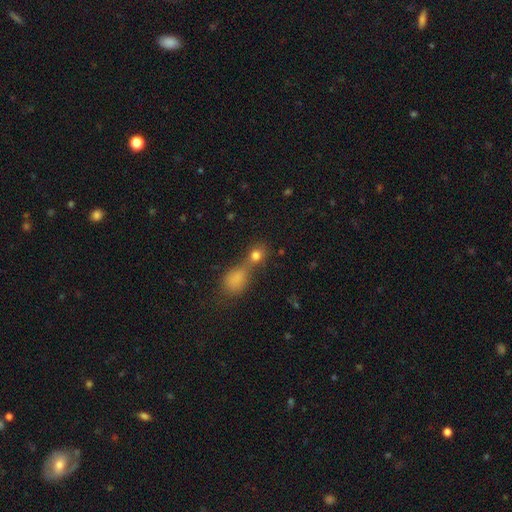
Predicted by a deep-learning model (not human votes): This appears to be a smooth galaxy with no disk features (78%) that is round (65%). Merging: merger (56%).